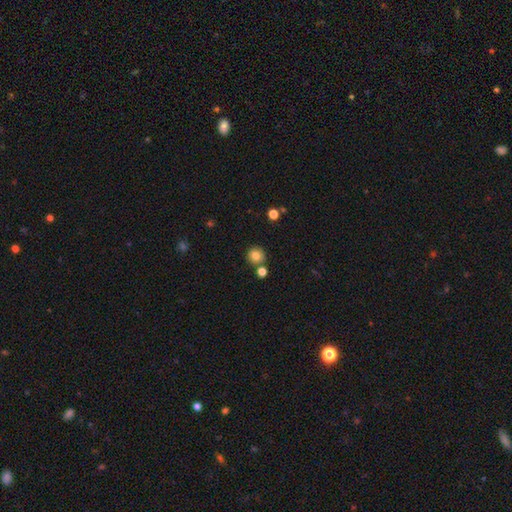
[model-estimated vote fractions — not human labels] A smooth galaxy with no disk features (82%) that is round (90%).

Vote fractions:
- Smooth or featured? smooth: 82% / star or artifact: 12% / featured or disk: 7%
- How rounded? round: 90% / in between: 9% / cigar-shaped: 1%
- Merging? none: 76% / merger: 12% / minor disturbance: 9% / major disturbance: 3%